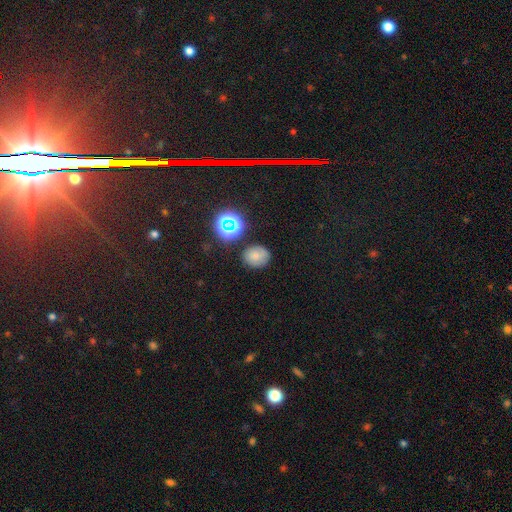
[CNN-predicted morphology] Q: Smooth or featured?
A: smooth (71%); runner-up: star or artifact (18%)
Q: How rounded?
A: round (63%); runner-up: in between (36%)
Q: Merging?
A: none (76%); runner-up: minor disturbance (16%)